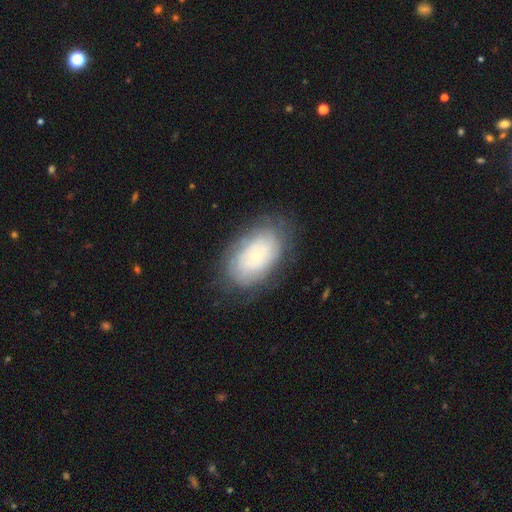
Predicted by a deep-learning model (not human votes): Morphology: type=featured or disk (47%); merging=none (75%).